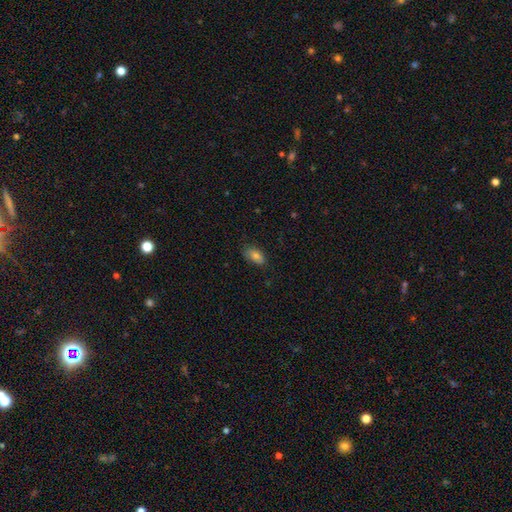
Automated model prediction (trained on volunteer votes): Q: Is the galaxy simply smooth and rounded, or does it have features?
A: smooth — 80%.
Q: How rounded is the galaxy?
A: in between — 91%.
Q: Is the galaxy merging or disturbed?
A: none — 76%.